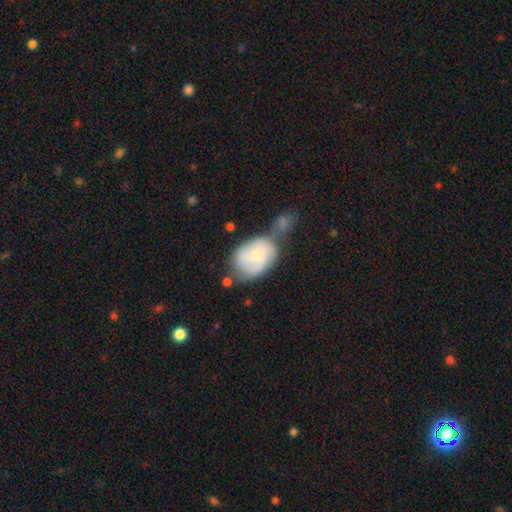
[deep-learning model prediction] Smooth or featured?
  - featured or disk: 49% *
  - smooth: 45%
  - star or artifact: 7%
Merging?
  - merger: 35% *
  - none: 31%
  - minor disturbance: 22%
  - major disturbance: 12%